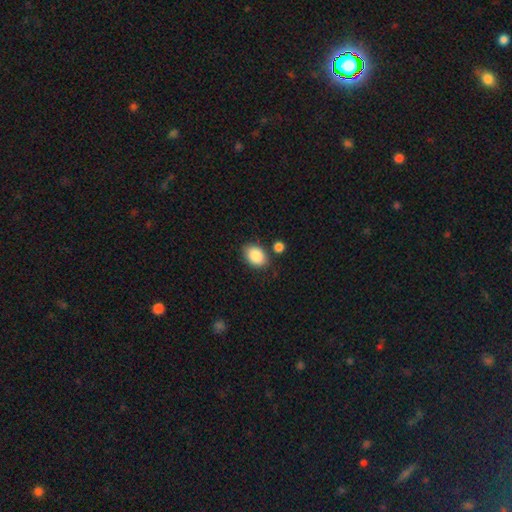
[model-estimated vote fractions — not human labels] This is clearly a smooth galaxy (88%). How rounded: clearly in between (82%). Merging: likely none (76%).